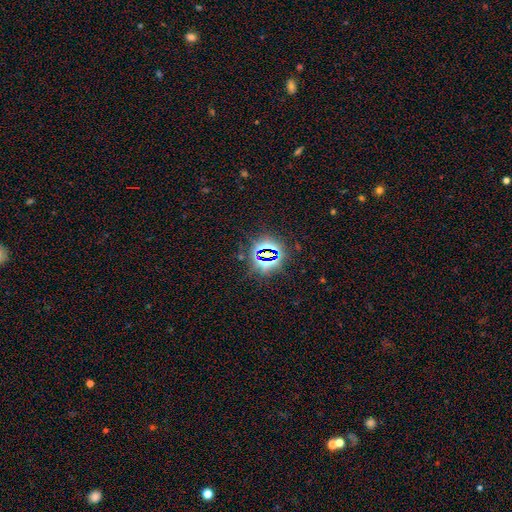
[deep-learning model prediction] The model was most divided on "smooth or featured": star or artifact: 80%, smooth: 12%, featured or disk: 8%.